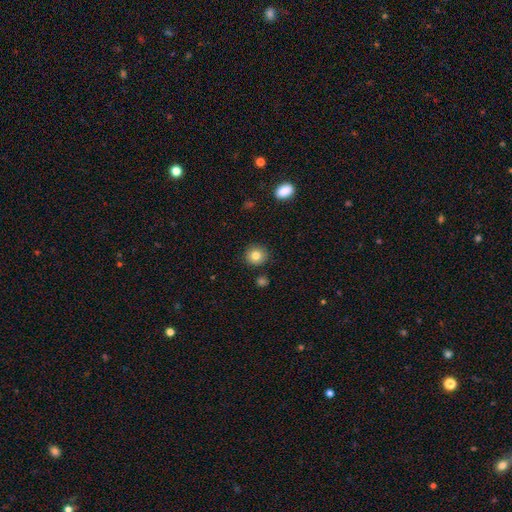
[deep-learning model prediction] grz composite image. It shows a smooth galaxy with no disk features (82%) that is round (91%). Merging: none (90%).